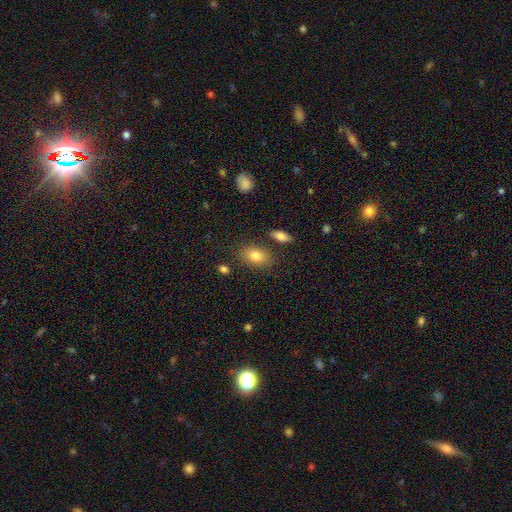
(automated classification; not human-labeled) smooth 80%, featured or disk 11%, star or artifact 9%. Down the decision tree: how rounded — in between (84%); merging — none (80%).